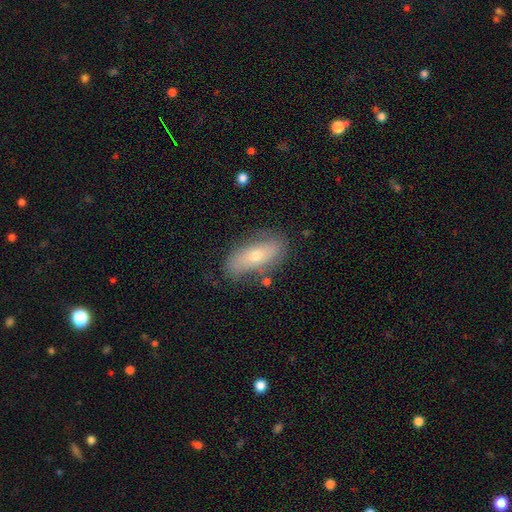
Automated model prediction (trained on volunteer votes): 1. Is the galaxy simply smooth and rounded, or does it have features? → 50% smooth, 42% featured or disk, 8% star or artifact.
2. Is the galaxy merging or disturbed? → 76% none, 17% minor disturbance, 5% major disturbance, 3% merger.